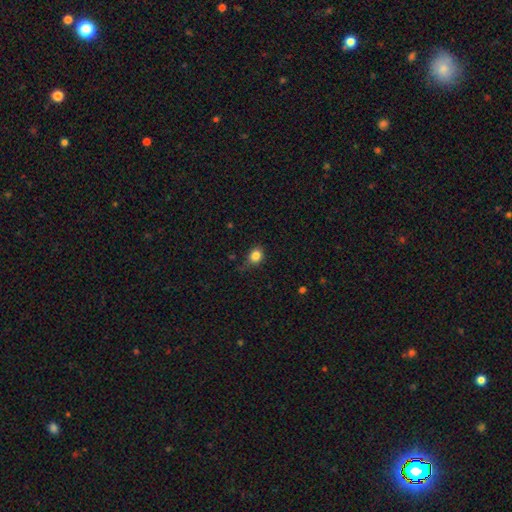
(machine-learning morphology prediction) Q: Smooth or featured?
A: smooth (83%); runner-up: star or artifact (11%)
Q: How rounded?
A: round (64%); runner-up: in between (35%)
Q: Merging?
A: none (73%); runner-up: minor disturbance (21%)